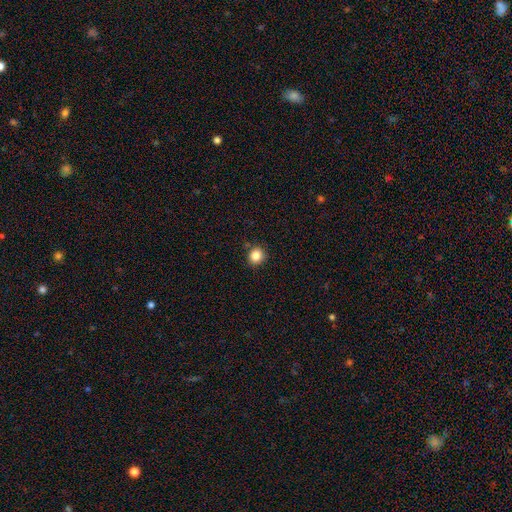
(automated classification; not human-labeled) The model was most divided on "smooth or featured": smooth: 85%, star or artifact: 11%, featured or disk: 4%. More confident: how rounded — round (88%); merging — none (86%).